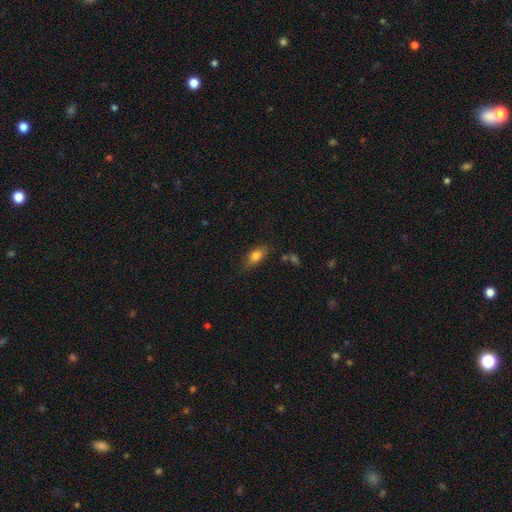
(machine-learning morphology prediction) Smooth or featured: smooth — 76% (featured or disk — 15%)
How rounded: in between — 80% (cigar-shaped — 14%)
Merging: none — 74% (minor disturbance — 19%)